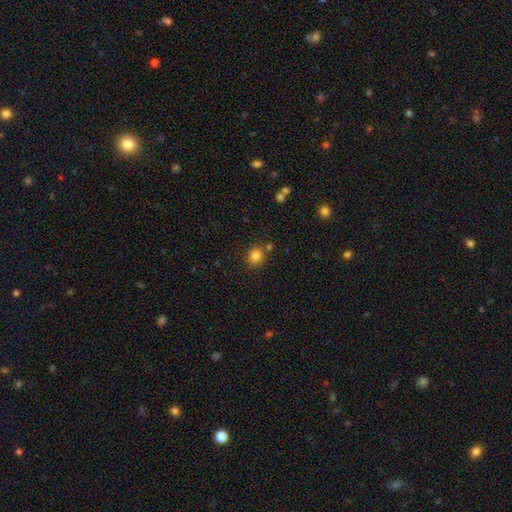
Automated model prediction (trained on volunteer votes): smooth_or_featured: smooth (p=0.84) [alt: star or artifact p=0.11]
how_rounded: round (p=0.79) [alt: in between p=0.20]
merging: none (p=0.77) [alt: minor disturbance p=0.11]